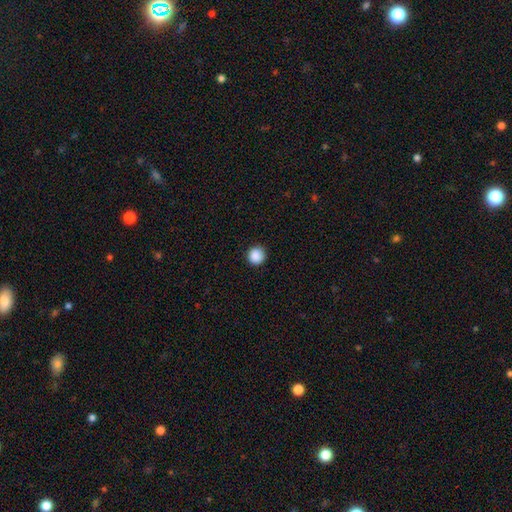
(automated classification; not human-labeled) A smooth galaxy with no disk features (89%) that is round (95%).

Vote fractions:
- Smooth or featured? smooth: 89% / star or artifact: 9% / featured or disk: 2%
- How rounded? round: 95% / in between: 4% / cigar-shaped: 1%
- Merging? none: 92% / minor disturbance: 5% / major disturbance: 2% / merger: 1%